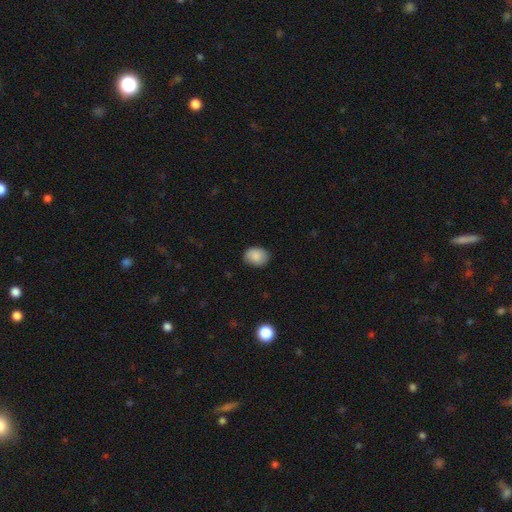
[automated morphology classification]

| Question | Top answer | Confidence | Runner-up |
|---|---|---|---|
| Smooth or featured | smooth | 88% | star or artifact (8%) |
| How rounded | in between | 53% | round (46%) |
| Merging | none | 81% | minor disturbance (15%) |